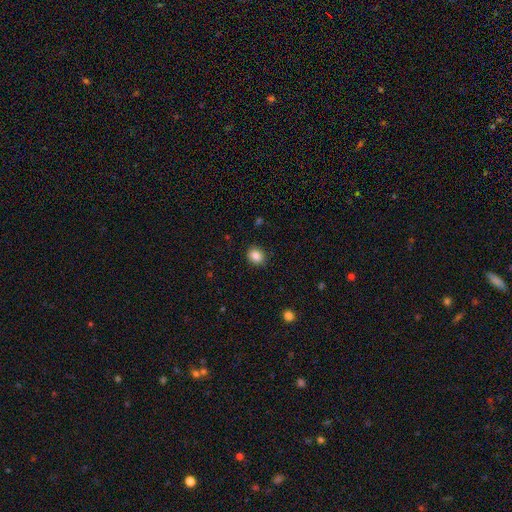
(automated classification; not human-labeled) smooth_or_featured: smooth (p=0.86) [alt: star or artifact p=0.10]
how_rounded: round (p=0.70) [alt: in between p=0.29]
merging: none (p=0.89) [alt: minor disturbance p=0.08]